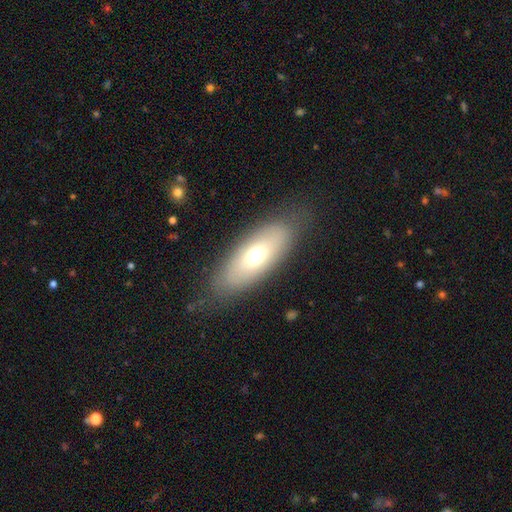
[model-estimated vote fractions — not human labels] The model was most divided on "smooth or featured": smooth: 62%, featured or disk: 30%, star or artifact: 8%. More confident: merging — none (79%); how rounded — in between (78%).